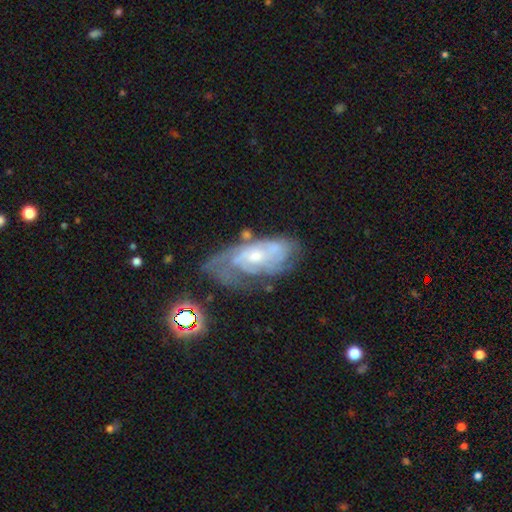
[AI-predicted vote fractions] This appears to be a featured or disk galaxy (79%) with no bar (67%), tight (59%) spiral arms (89%) and a small central bulge (56%). Merging: none (47%).